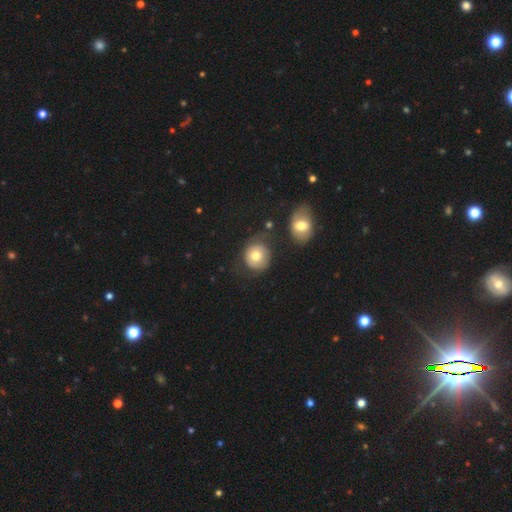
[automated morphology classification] Smooth or featured? smooth (70%)
How rounded? round (83%)
Merging? none (54%)